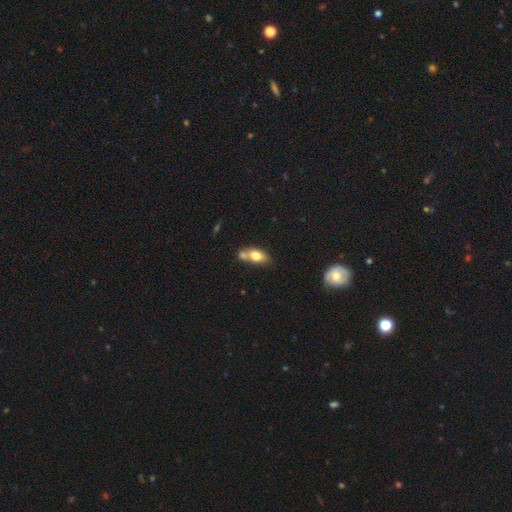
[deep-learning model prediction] smooth-or-featured: smooth: 71% | featured or disk: 21% | star or artifact: 8%
  how-rounded: in between: 80% | round: 11% | cigar-shaped: 9%
  merging: merger: 42% | none: 39% | minor disturbance: 14% | major disturbance: 5%